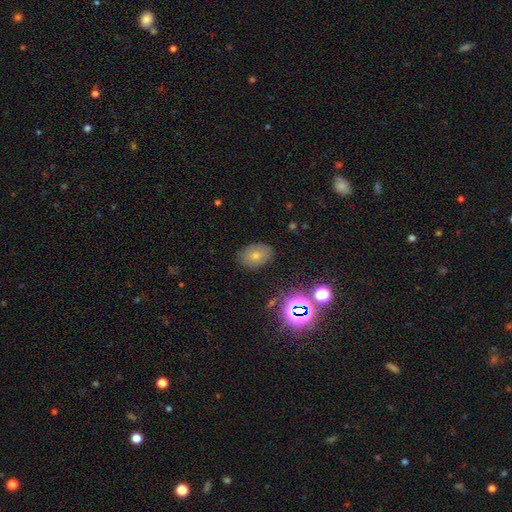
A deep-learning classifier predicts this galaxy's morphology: Smooth or featured? smooth (68%)
How rounded? in between (76%)
Merging? none (82%)